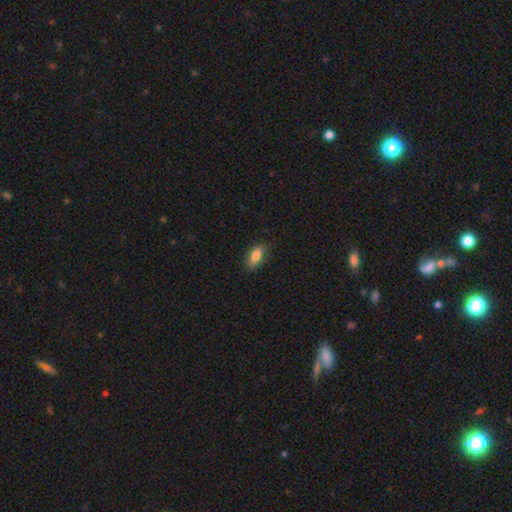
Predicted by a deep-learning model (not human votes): A smooth galaxy with no disk features (81%) that is in between round and cigar-shaped (83%).

Vote fractions:
- Smooth or featured? smooth: 81% / featured or disk: 12% / star or artifact: 7%
- How rounded? in between: 83% / cigar-shaped: 13% / round: 4%
- Merging? none: 80% / minor disturbance: 16% / major disturbance: 3% / merger: 1%